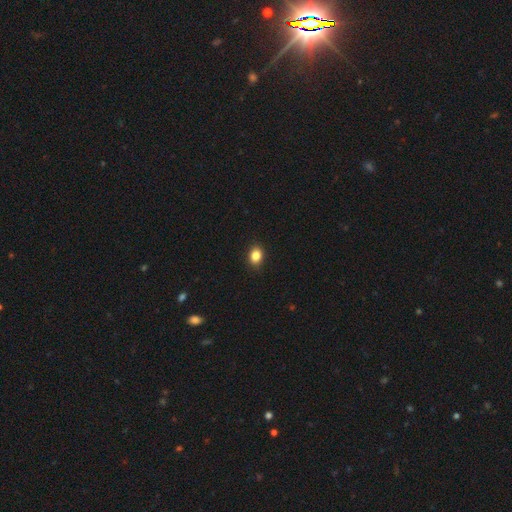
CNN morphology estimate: smooth 85%, star or artifact 10%, featured or disk 5%. Down the decision tree: how rounded — in between (57%); merging — none (90%).